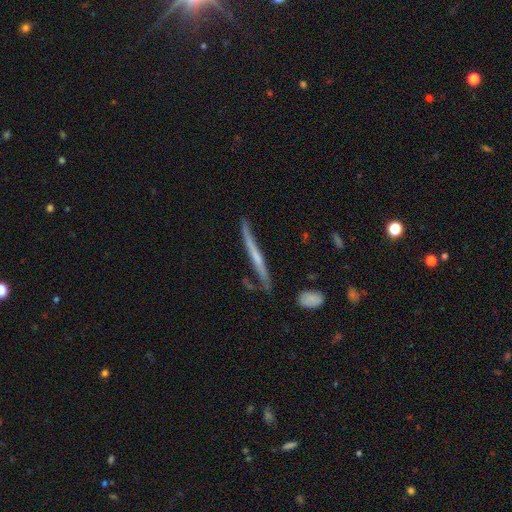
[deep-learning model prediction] Smooth or featured? Predicted: featured or disk (p=0.65). Edge-on disk? Predicted: yes (p=0.92). Edge-on bulge? Predicted: none (p=0.60). Merging? Predicted: none (p=0.71).